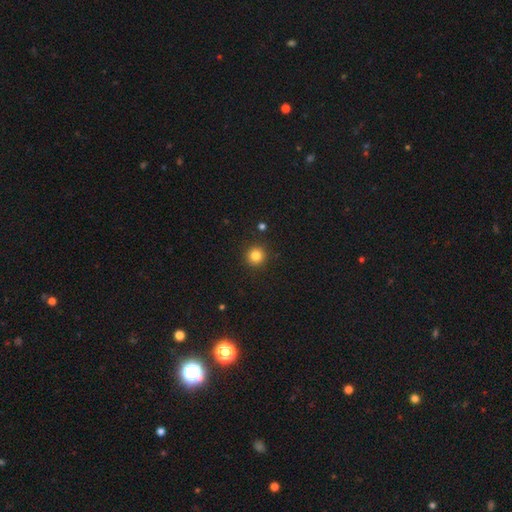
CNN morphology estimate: Smooth or featured? smooth (83%)
How rounded? round (95%)
Merging? none (91%)